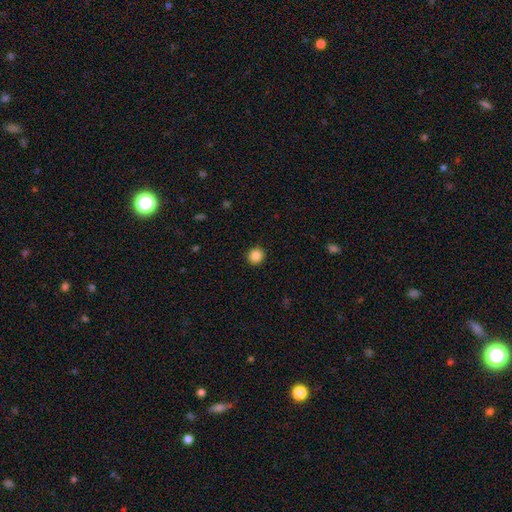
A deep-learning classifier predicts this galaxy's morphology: smooth-or-featured: smooth: 86% | star or artifact: 10% | featured or disk: 4%
  how-rounded: round: 93% | in between: 6% | cigar-shaped: 1%
  merging: none: 93% | minor disturbance: 5% | major disturbance: 2% | merger: 1%